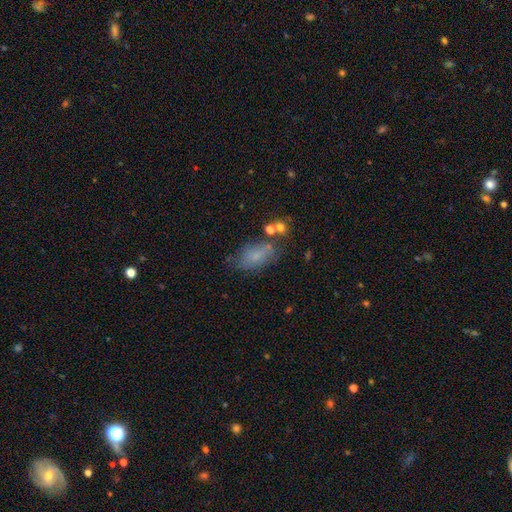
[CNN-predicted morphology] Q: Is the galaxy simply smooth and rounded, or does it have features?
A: smooth — 66%.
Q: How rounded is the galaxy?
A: in between — 87%.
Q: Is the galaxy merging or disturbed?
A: none — 56%.